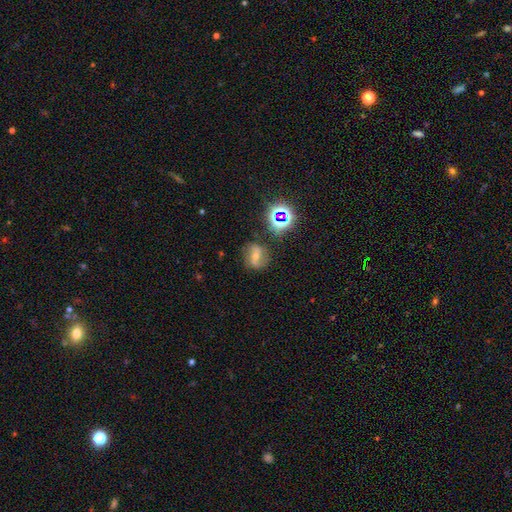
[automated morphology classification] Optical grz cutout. It shows a featured or disk galaxy (53%) with a weak bar (42%), spiral arms (84%) and a moderate central bulge (49%). Merging: none (78%).